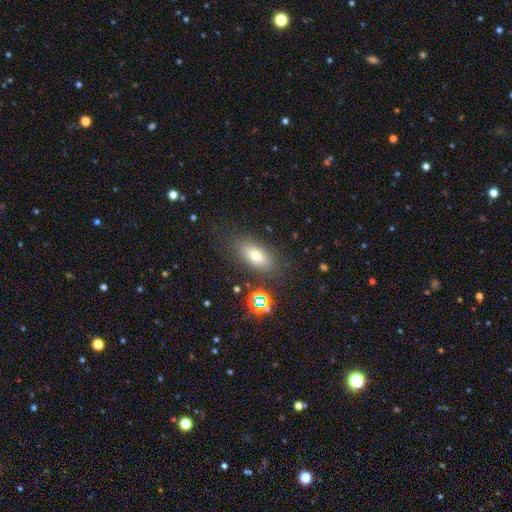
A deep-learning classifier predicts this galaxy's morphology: This is likely a smooth galaxy (69%). How rounded: likely in between (79%). Merging: clearly none (81%).